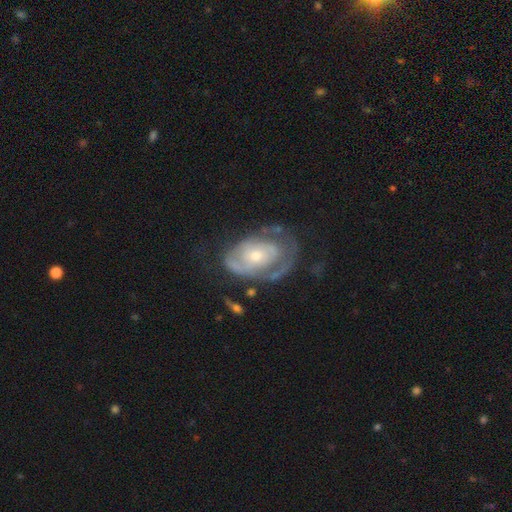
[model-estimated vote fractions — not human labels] A featured or disk galaxy (74%) with no bar (79%), spiral arms (67%) and a moderate central bulge (47%).

Vote fractions:
- Smooth or featured? featured or disk: 74% / smooth: 20% / star or artifact: 6%
- Edge-on disk? no: 95% / yes: 5%
- Bar? no: 79% / weak: 17% / strong: 4%
- Spiral arms? yes: 67% / no: 33%
- Bulge size? moderate: 47% / small: 46% / large: 5% / none: 2% / dominant: 1%
- Merging? none: 46% / minor disturbance: 26% / major disturbance: 25% / merger: 3%